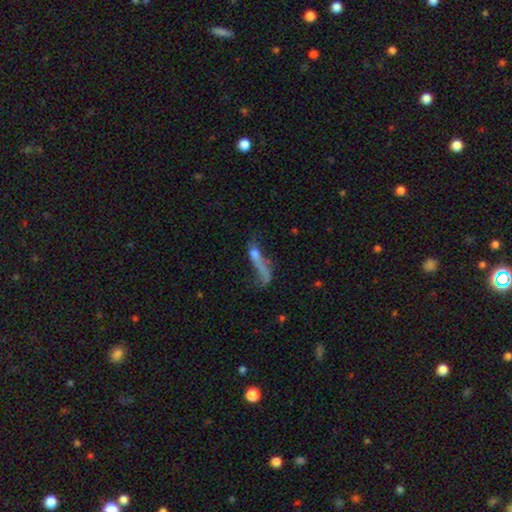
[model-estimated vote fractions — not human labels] This is marginally a featured or disk galaxy (43%). Merging: marginally major disturbance (40%).